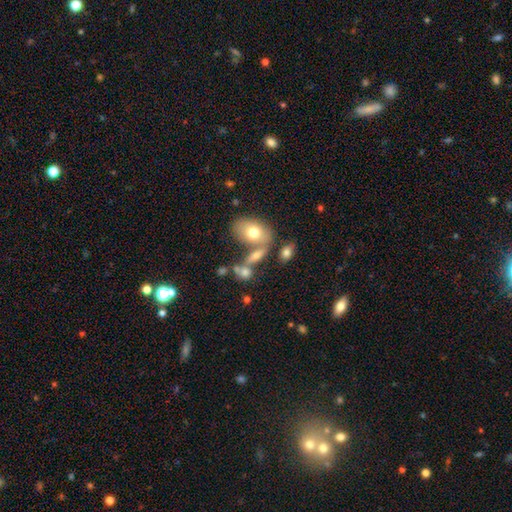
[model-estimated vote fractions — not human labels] This appears to be a smooth galaxy with no disk features (65%) that is in between round and cigar-shaped (76%). Merging: merger (39%, tied with none).